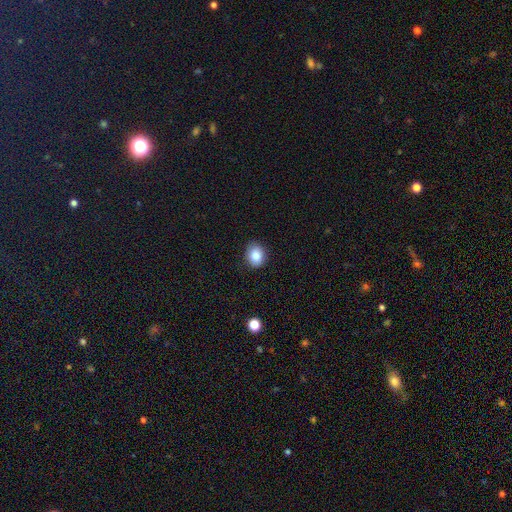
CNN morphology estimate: Smooth or featured? smooth (85%)
How rounded? round (57%)
Merging? none (84%)